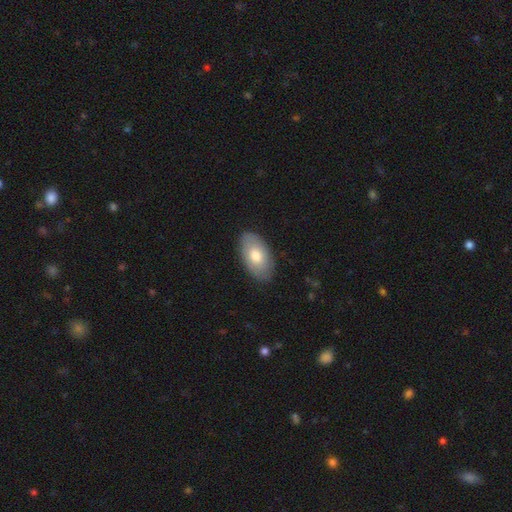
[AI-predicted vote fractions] This is likely a smooth galaxy (71%). How rounded: clearly in between (95%). Merging: clearly none (86%).